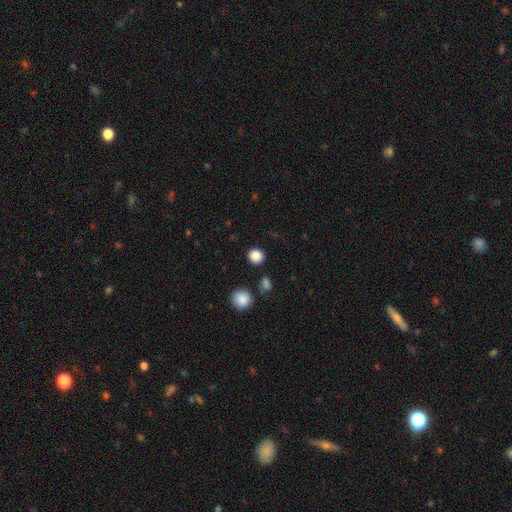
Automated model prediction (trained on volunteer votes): Overall: smooth (86%). How rounded: round (83%). Merging: none (88%).